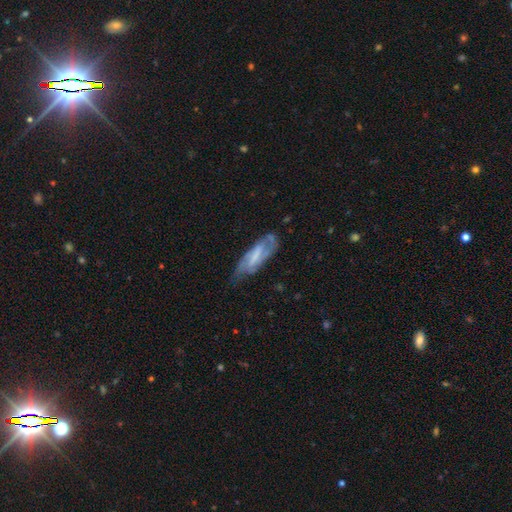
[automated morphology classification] This is likely a featured or disk galaxy (67%). It is clearly not viewed edge-on (83%). Bar: marginally weak (39%). Spiral arm pattern: likely yes (80%). Central bulge: marginally none (37%). Merging: possibly none (56%).